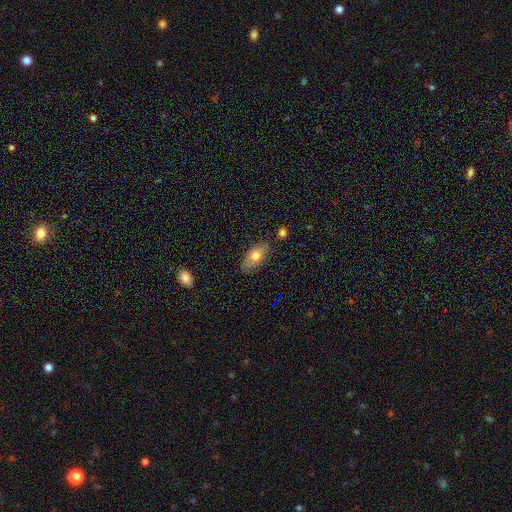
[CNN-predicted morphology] A smooth galaxy with no disk features (71%) that is in between round and cigar-shaped (87%).

Vote fractions:
- Smooth or featured? smooth: 71% / featured or disk: 21% / star or artifact: 8%
- How rounded? in between: 87% / cigar-shaped: 7% / round: 6%
- Merging? none: 80% / minor disturbance: 15% / major disturbance: 3% / merger: 3%